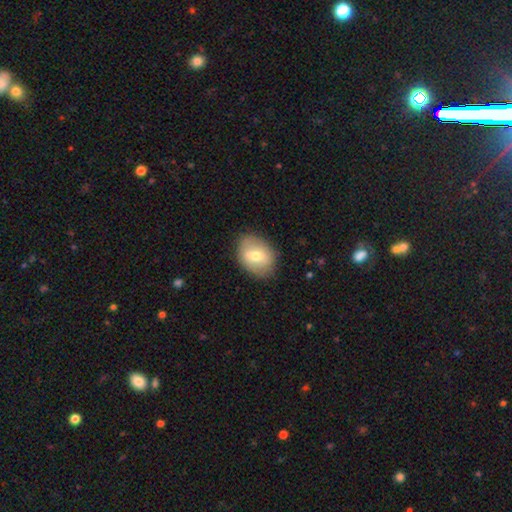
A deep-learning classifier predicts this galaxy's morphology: Smooth or featured? Predicted: smooth (p=0.63). How rounded? Predicted: in between (p=0.65). Merging? Predicted: none (p=0.81).